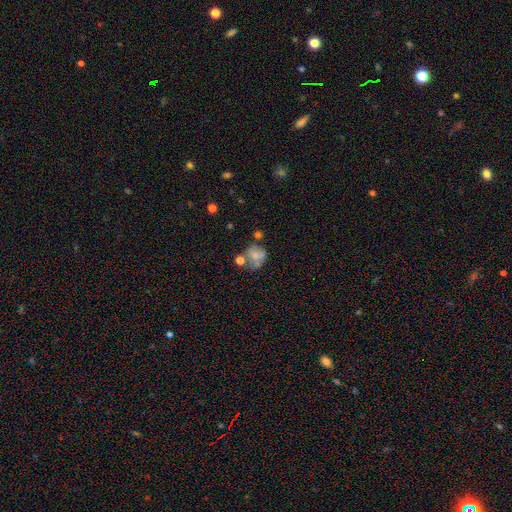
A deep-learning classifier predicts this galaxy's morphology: type=smooth (60%); roundness=round (66%); merging=none (35%).